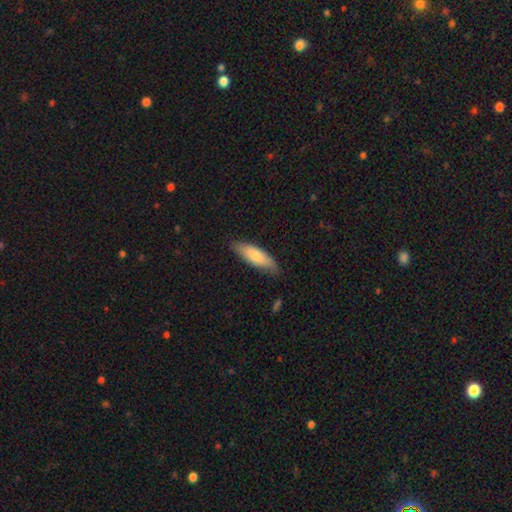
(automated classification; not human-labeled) Smooth or featured: smooth — 76% (featured or disk — 19%)
How rounded: in between — 55% (cigar-shaped — 44%)
Merging: none — 79% (minor disturbance — 17%)